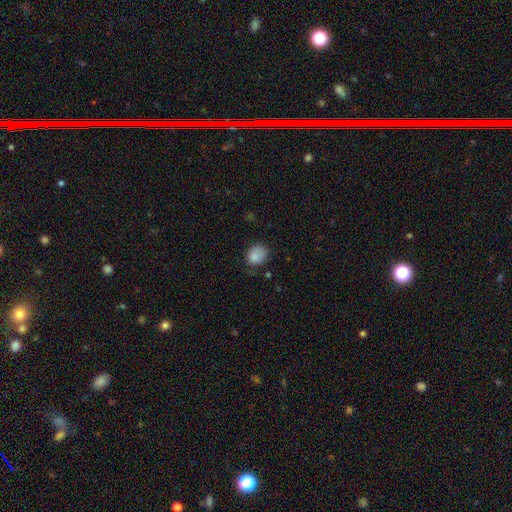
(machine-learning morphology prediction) Smooth or featured: smooth — 85% (star or artifact — 9%)
How rounded: round — 51% (in between — 48%)
Merging: none — 61% (minor disturbance — 29%)